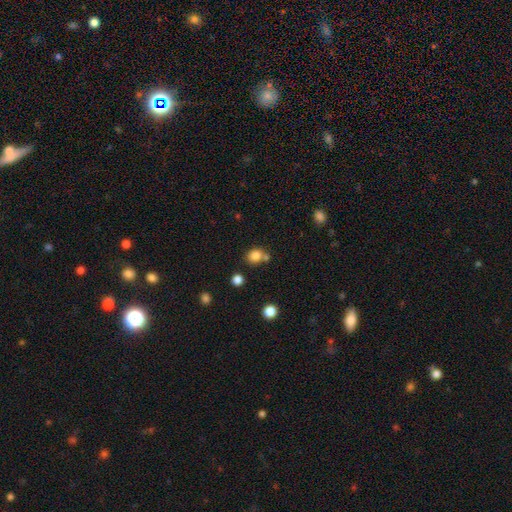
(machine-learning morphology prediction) type=smooth (83%); roundness=round (67%); merging=none (62%).